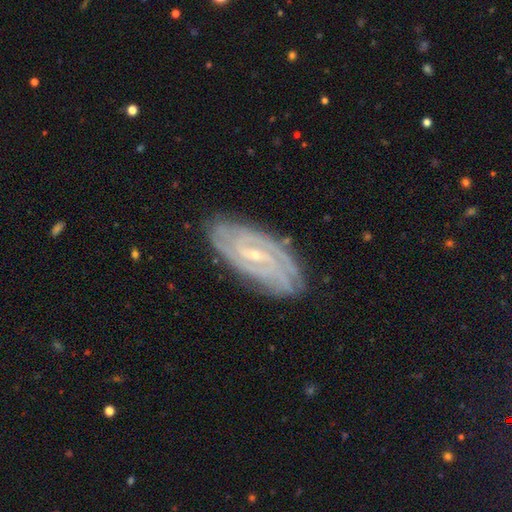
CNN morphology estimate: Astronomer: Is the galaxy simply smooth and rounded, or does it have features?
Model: featured or disk — 89%.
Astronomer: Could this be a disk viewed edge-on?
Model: no — 95%.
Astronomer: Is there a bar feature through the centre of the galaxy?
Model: weak — 48% (runner-up: no, 27%).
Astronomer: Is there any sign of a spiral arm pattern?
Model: yes — 98%.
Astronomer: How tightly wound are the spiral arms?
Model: tight — 75%.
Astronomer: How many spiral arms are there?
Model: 2 — 29% (runner-up: 3, 21%).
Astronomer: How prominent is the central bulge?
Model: small — 77%.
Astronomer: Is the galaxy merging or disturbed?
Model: none — 82%.